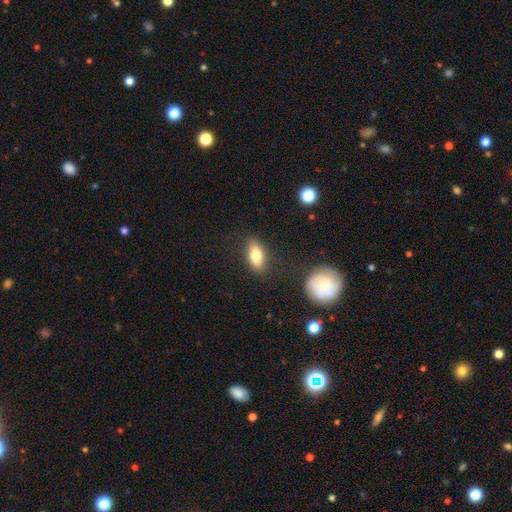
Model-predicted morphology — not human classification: A smooth galaxy with no disk features (79%) that is in between round and cigar-shaped (86%). Merging: none (83%).